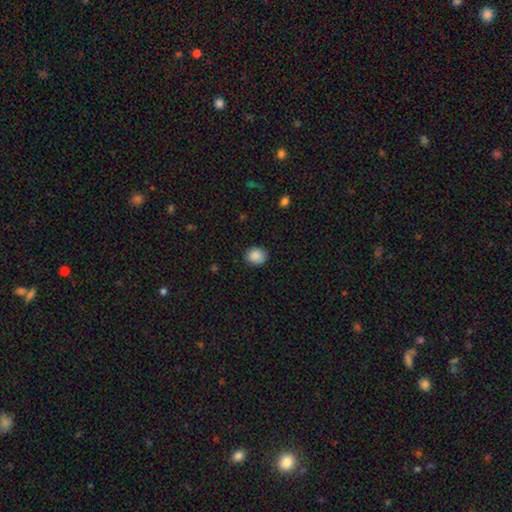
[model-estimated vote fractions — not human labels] Smooth or featured: smooth — 88% (star or artifact — 9%)
How rounded: round — 65% (in between — 35%)
Merging: none — 86% (minor disturbance — 11%)